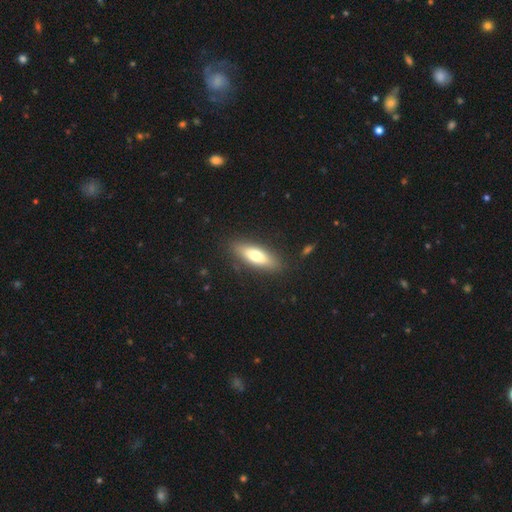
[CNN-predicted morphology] smooth 67%, featured or disk 26%, star or artifact 6%. Down the decision tree: how rounded — in between (54%); merging — none (86%).